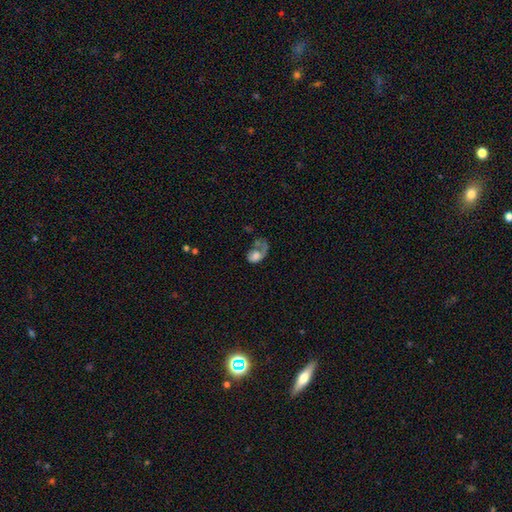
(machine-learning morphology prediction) Smooth or featured? smooth (48%)
Merging? major disturbance (50%)